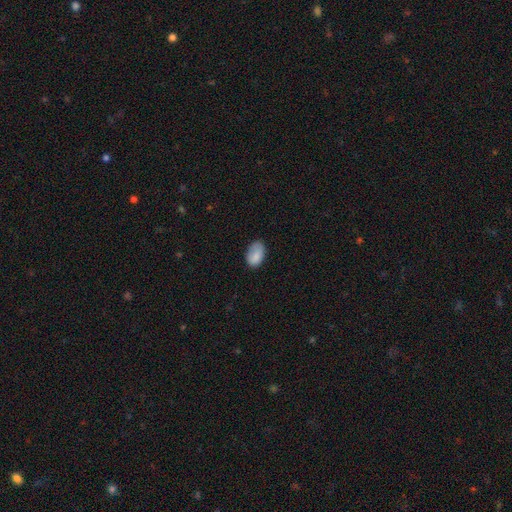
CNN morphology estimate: Overall: smooth (85%). How rounded: in between (91%). Merging: none (68%).